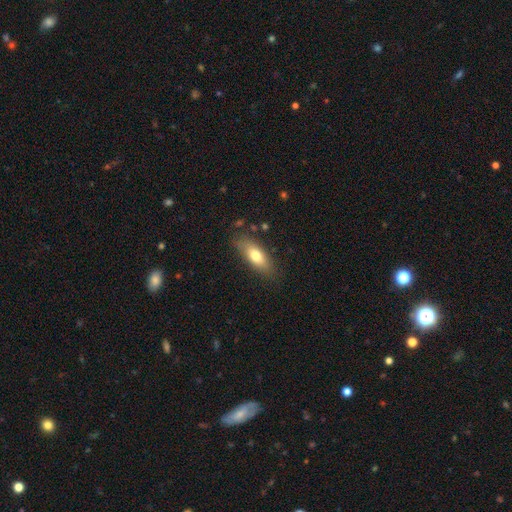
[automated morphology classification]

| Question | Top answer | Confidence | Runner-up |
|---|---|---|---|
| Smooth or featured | smooth | 72% | featured or disk (21%) |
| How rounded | in between | 69% | cigar-shaped (28%) |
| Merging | none | 80% | minor disturbance (15%) |